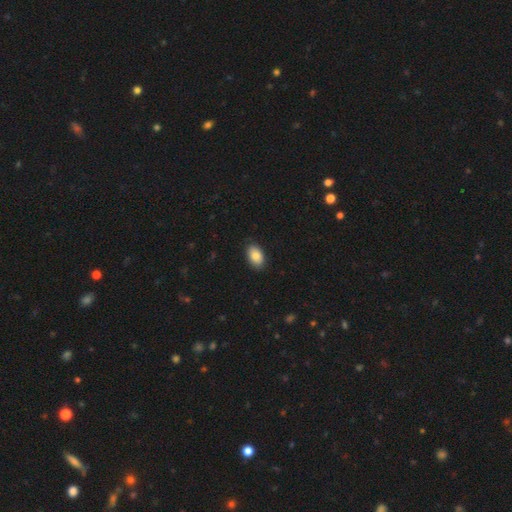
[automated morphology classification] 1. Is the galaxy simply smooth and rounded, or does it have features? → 84% smooth, 9% featured or disk, 7% star or artifact.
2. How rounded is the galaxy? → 92% in between, 7% round, 1% cigar-shaped.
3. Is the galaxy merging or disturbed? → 87% none, 10% minor disturbance, 2% major disturbance, 1% merger.